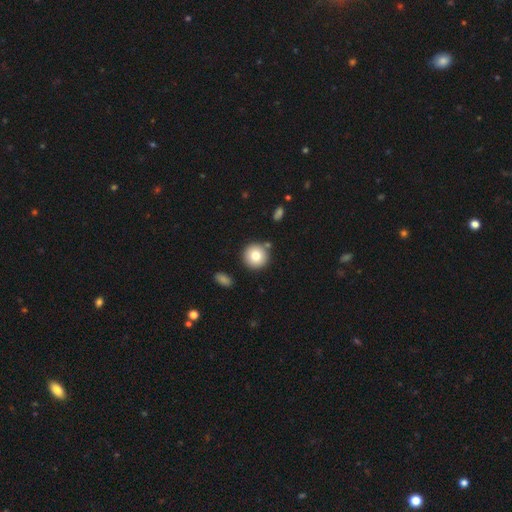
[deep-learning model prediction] Smooth or featured? Predicted: smooth (p=0.79). How rounded? Predicted: round (p=0.94). Merging? Predicted: none (p=0.82).